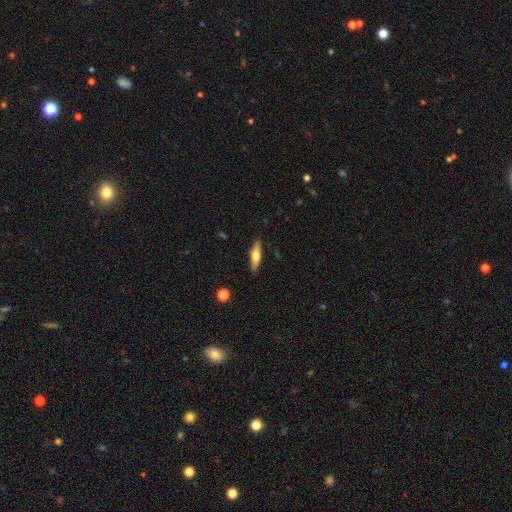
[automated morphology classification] Smooth or featured?
  - smooth: 52% *
  - featured or disk: 42%
  - star or artifact: 6%
How rounded?
  - cigar-shaped: 71% *
  - in between: 26%
  - round: 2%
Merging?
  - none: 88% *
  - minor disturbance: 8%
  - major disturbance: 2%
  - merger: 1%